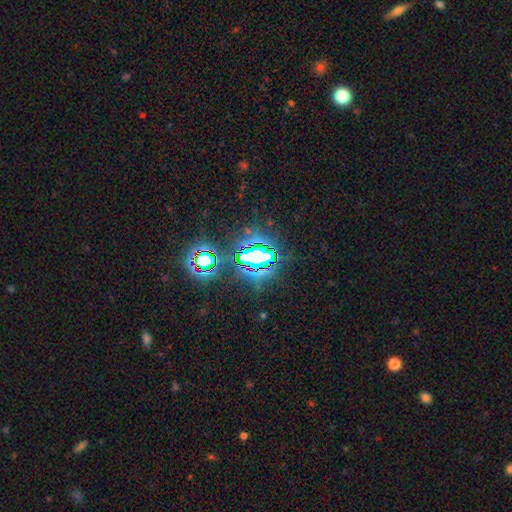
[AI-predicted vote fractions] A star or artifact, not a galaxy (77%).

Vote fractions:
- Smooth or featured? star or artifact: 77% / smooth: 13% / featured or disk: 11%